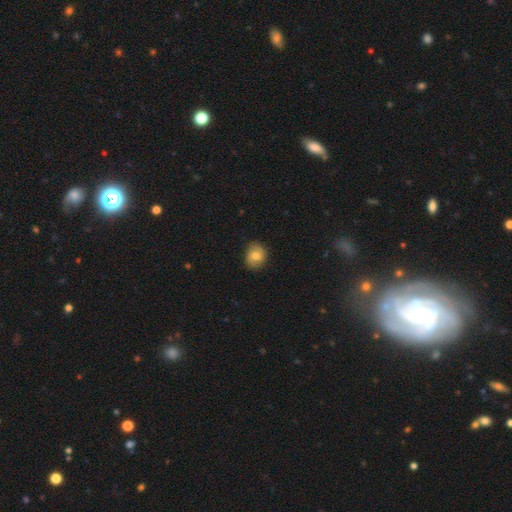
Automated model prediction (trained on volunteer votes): smooth 70%, featured or disk 22%, star or artifact 9%. Down the decision tree: how rounded — round (65%); merging — none (81%).